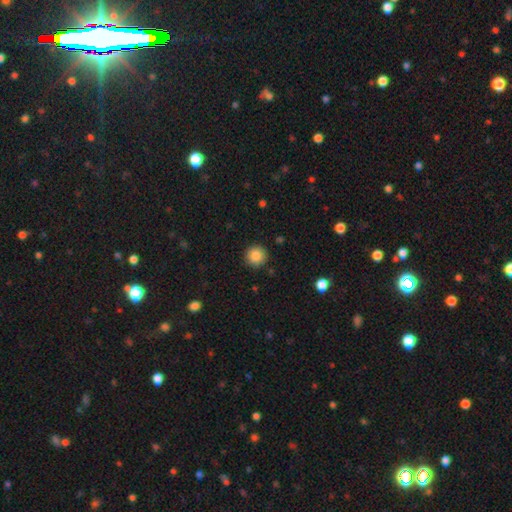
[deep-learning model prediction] This appears to be a smooth galaxy with no disk features (86%) that is round (94%). Merging: none (90%).